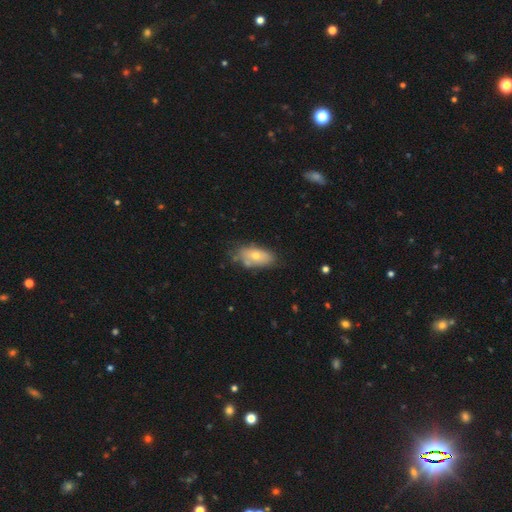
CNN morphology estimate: This appears to be a smooth galaxy with no disk features (61%) that is in between round and cigar-shaped (89%). Merging: none (64%).